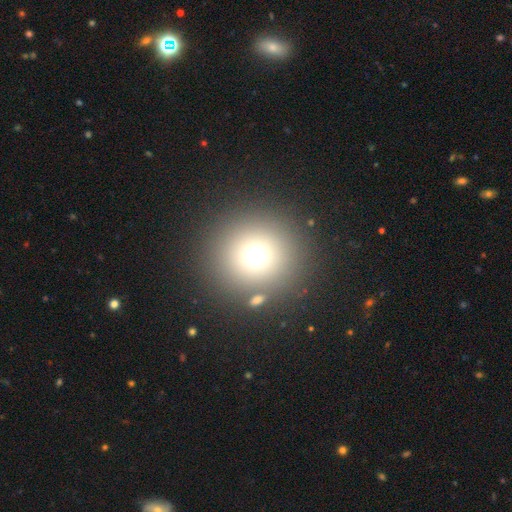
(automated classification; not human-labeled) smooth_or_featured: smooth (p=0.68) [alt: star or artifact p=0.22]
how_rounded: round (p=0.94) [alt: in between p=0.05]
merging: none (p=0.83) [alt: merger p=0.07]